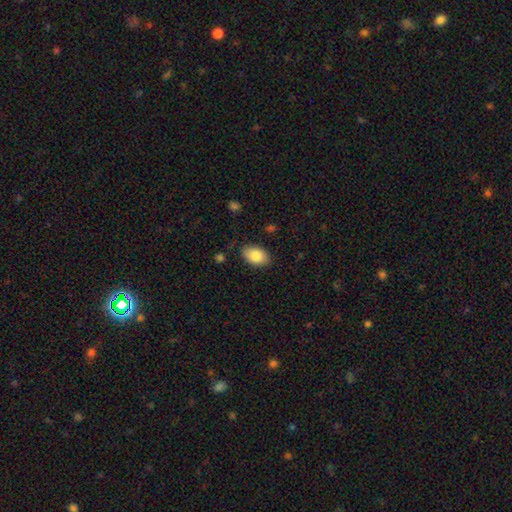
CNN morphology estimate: Smooth or featured: smooth — 85% (featured or disk — 8%)
How rounded: in between — 90% (round — 9%)
Merging: none — 83% (minor disturbance — 13%)